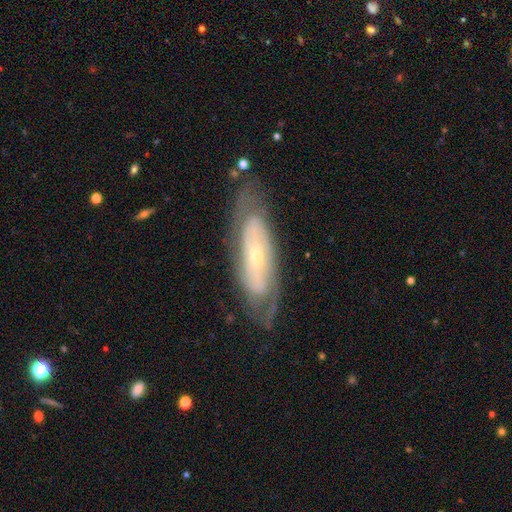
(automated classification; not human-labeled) Q: Smooth or featured?
A: featured or disk (76%); runner-up: smooth (18%)
Q: Edge-on disk?
A: no (82%); runner-up: yes (18%)
Q: Bar?
A: no (69%); runner-up: weak (21%)
Q: Spiral arms?
A: yes (75%); runner-up: no (25%)
Q: Bulge size?
A: small (66%); runner-up: moderate (30%)
Q: Merging?
A: none (74%); runner-up: minor disturbance (17%)